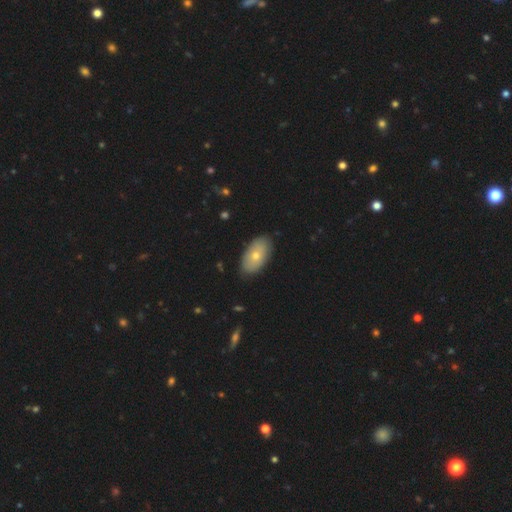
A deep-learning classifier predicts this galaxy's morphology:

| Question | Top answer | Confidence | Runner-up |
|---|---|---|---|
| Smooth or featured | smooth | 68% | featured or disk (26%) |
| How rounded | in between | 93% | round (4%) |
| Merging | none | 85% | minor disturbance (12%) |